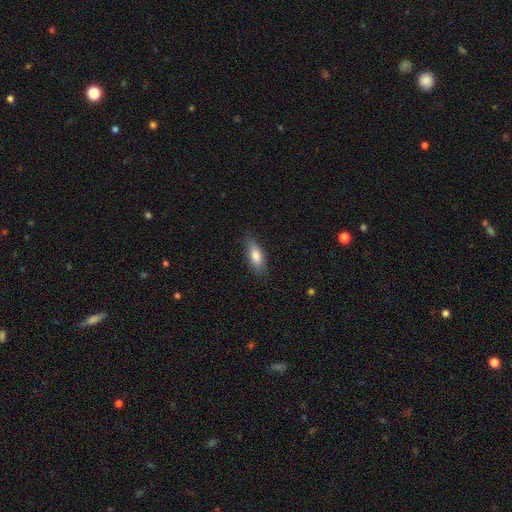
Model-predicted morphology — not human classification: Smooth or featured? Predicted: smooth (p=0.78). How rounded? Predicted: in between (p=0.68). Merging? Predicted: none (p=0.82).